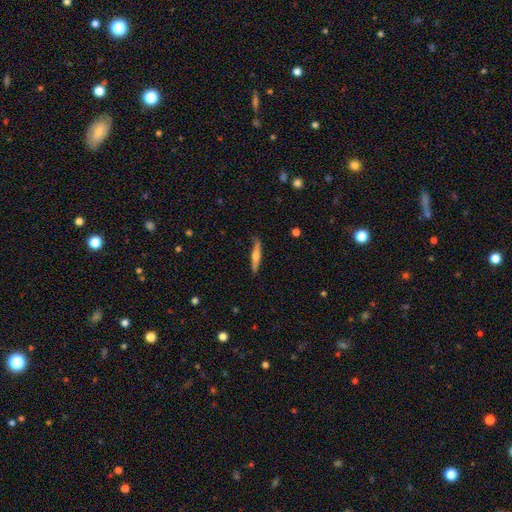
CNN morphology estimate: Smooth or featured? featured or disk (48%)
Merging? none (83%)